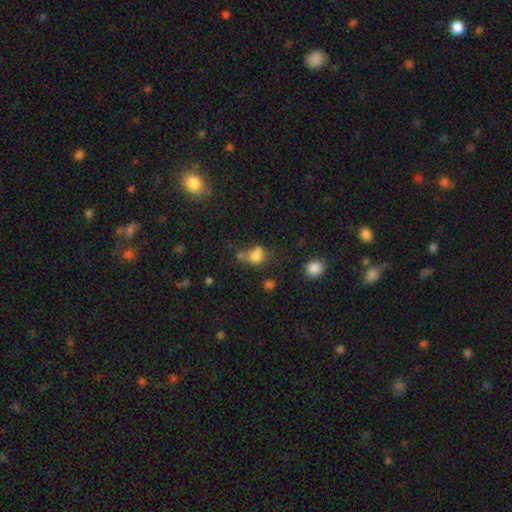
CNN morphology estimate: smooth_or_featured: smooth (p=0.74) [alt: star or artifact p=0.15]
how_rounded: round (p=0.55) [alt: in between p=0.44]
merging: none (p=0.36) [alt: merger p=0.31]